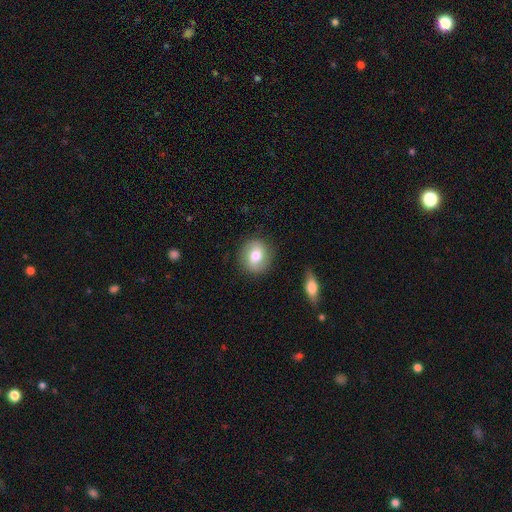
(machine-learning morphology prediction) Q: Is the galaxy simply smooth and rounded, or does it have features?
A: smooth — 61%.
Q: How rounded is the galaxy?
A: round — 78%.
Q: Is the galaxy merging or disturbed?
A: none — 85%.